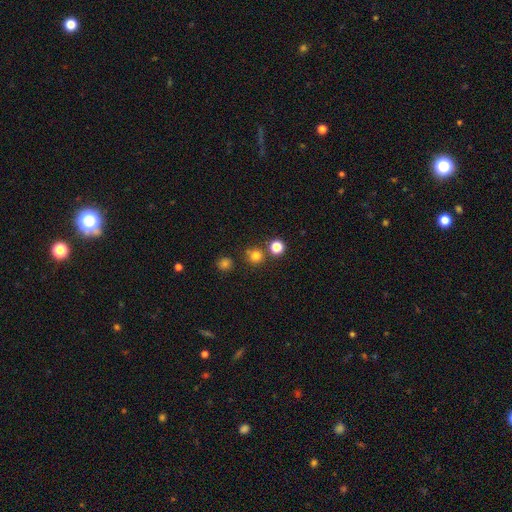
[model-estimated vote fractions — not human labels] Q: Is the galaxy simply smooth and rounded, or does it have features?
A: smooth — 76%.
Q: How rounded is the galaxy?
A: round — 92%.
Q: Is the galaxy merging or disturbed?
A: none — 75%.